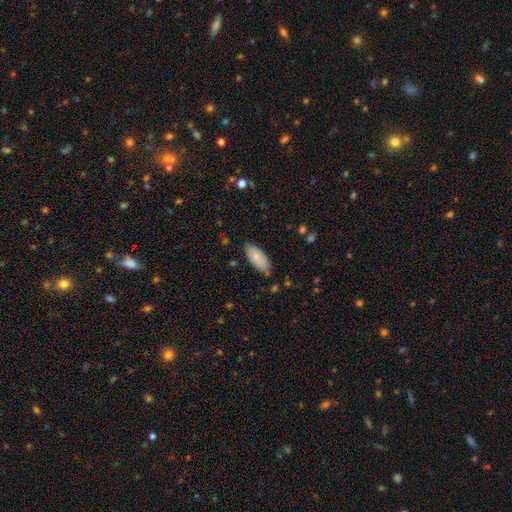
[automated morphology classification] type=smooth (81%); roundness=in between (88%); merging=none (81%).